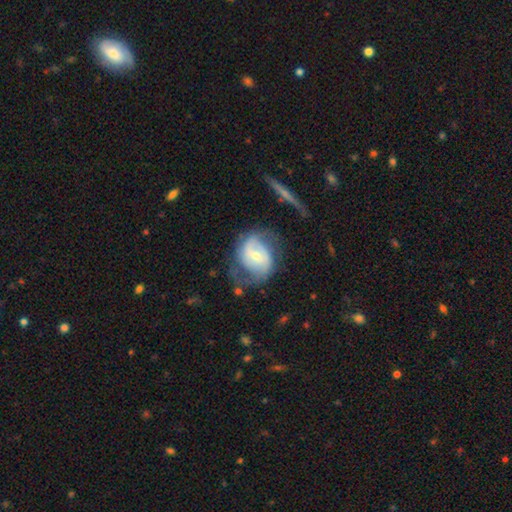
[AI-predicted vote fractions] Smooth or featured? Predicted: featured or disk (p=0.68). Edge-on disk? Predicted: no (p=0.96). Bar? Predicted: weak (p=0.46). Spiral arms? Predicted: yes (p=0.75). Bulge size? Predicted: moderate (p=0.50). Merging? Predicted: none (p=0.49).